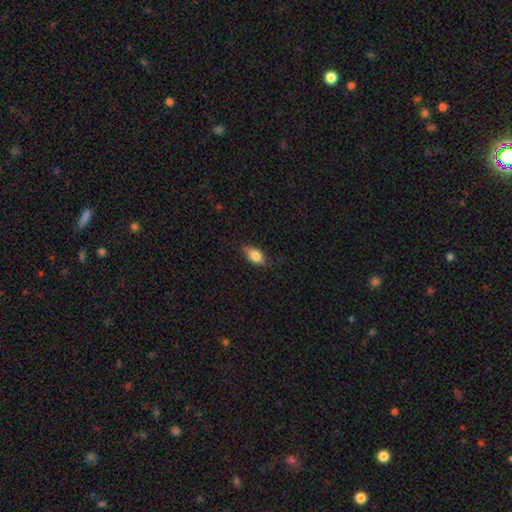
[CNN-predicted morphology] Smooth or featured?
  - smooth: 82% *
  - featured or disk: 11%
  - star or artifact: 7%
How rounded?
  - in between: 88% *
  - round: 7%
  - cigar-shaped: 6%
Merging?
  - none: 74% *
  - minor disturbance: 22%
  - major disturbance: 4%
  - merger: 1%